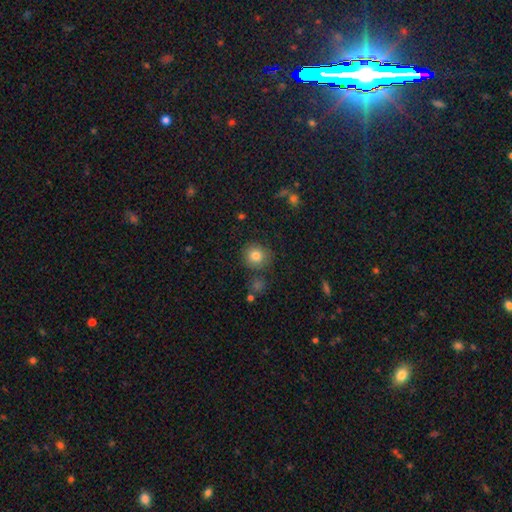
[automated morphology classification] The model was most divided on "merging": none: 82%, minor disturbance: 10%, merger: 5%, major disturbance: 3%. More confident: how rounded — round (90%); smooth or featured — smooth (82%).